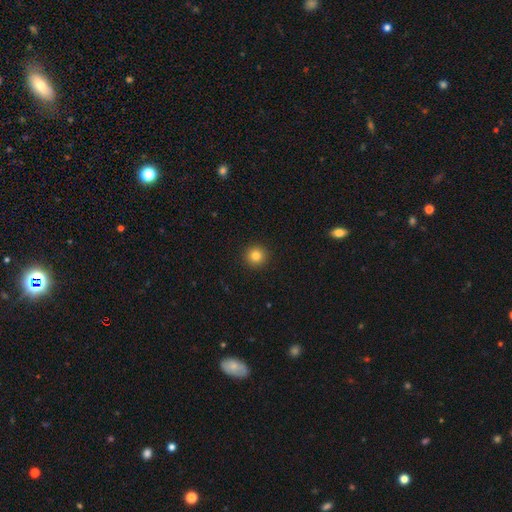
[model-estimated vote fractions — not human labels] smooth_or_featured: smooth (p=0.82) [alt: star or artifact p=0.12]
how_rounded: round (p=0.95) [alt: in between p=0.04]
merging: none (p=0.93) [alt: minor disturbance p=0.04]